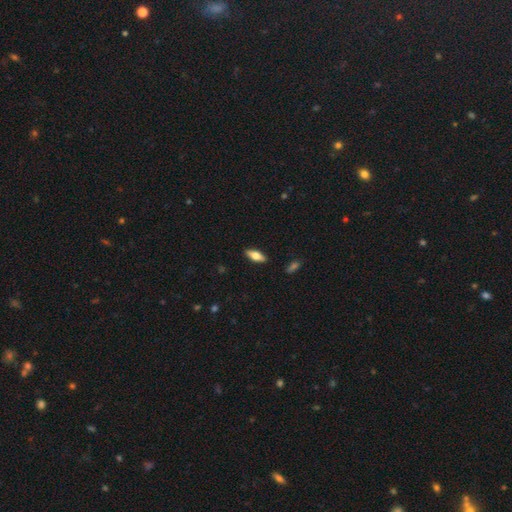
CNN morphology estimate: Q: Smooth or featured?
A: smooth (63%); runner-up: featured or disk (31%)
Q: How rounded?
A: in between (71%); runner-up: cigar-shaped (27%)
Q: Merging?
A: none (89%); runner-up: minor disturbance (8%)